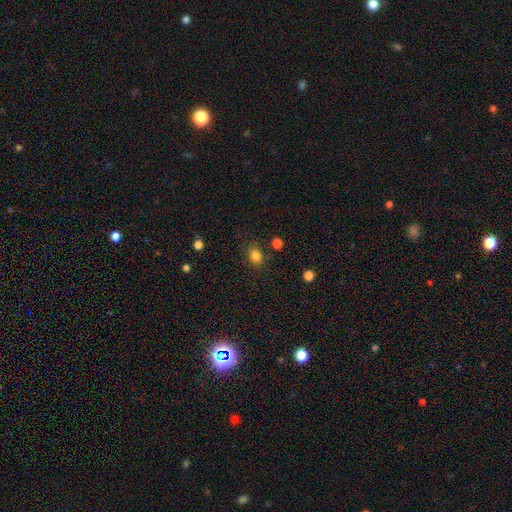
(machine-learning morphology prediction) Smooth or featured?
  - smooth: 82% *
  - star or artifact: 13%
  - featured or disk: 6%
How rounded?
  - in between: 53% *
  - round: 46%
  - cigar-shaped: 1%
Merging?
  - none: 81% *
  - minor disturbance: 12%
  - merger: 4%
  - major disturbance: 4%